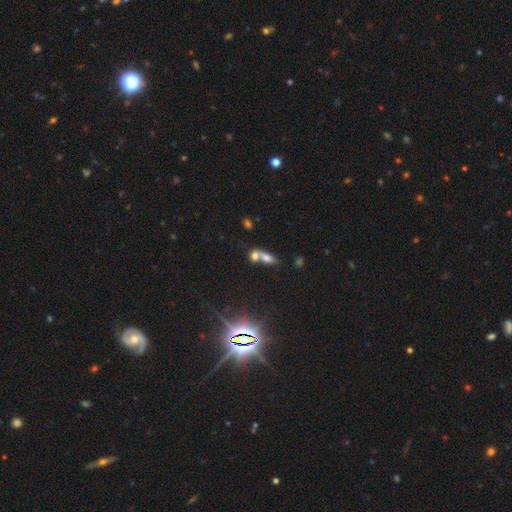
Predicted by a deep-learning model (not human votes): Smooth or featured? Predicted: smooth (p=0.65). How rounded? Predicted: in between (p=0.63). Merging? Predicted: merger (p=0.65).